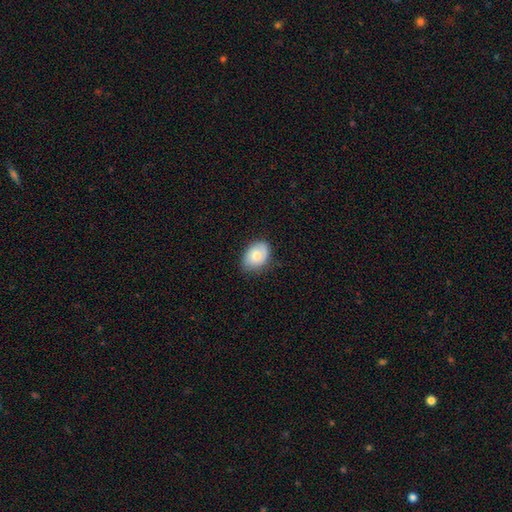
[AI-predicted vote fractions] smooth 75%, featured or disk 18%, star or artifact 7%. Down the decision tree: how rounded — in between (79%); merging — none (75%).